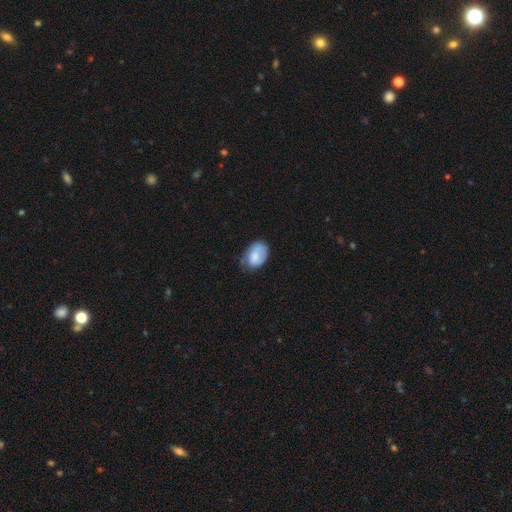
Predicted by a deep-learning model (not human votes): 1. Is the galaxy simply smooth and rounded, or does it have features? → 77% smooth, 16% featured or disk, 7% star or artifact.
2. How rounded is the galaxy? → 83% in between, 16% round, 1% cigar-shaped.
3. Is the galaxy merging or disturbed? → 54% none, 33% minor disturbance, 10% major disturbance, 2% merger.